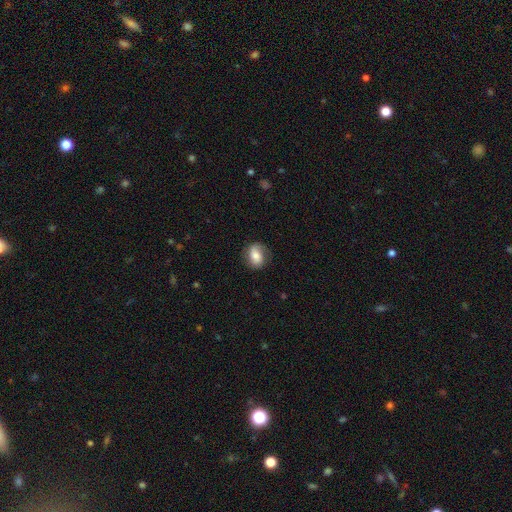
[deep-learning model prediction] smooth 60%, featured or disk 32%, star or artifact 8%. Down the decision tree: how rounded — in between (59%); merging — none (71%).